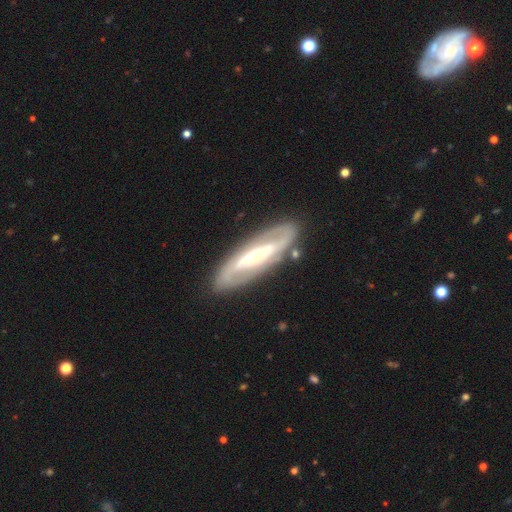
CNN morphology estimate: Smooth or featured?
  - featured or disk: 82% *
  - smooth: 13%
  - star or artifact: 5%
Edge-on disk?
  - no: 85% *
  - yes: 15%
Bar?
  - strong: 49% *
  - weak: 27%
  - no: 24%
Spiral arms?
  - yes: 84% *
  - no: 16%
Spiral winding?
  - medium: 41% *
  - tight: 34%
  - loose: 26%
Spiral arm count?
  - 2: 84% *
  - can't tell: 10%
  - 1: 2%
  - 3: 2%
  - 4: 1%
  - more than 4: 1%
Bulge size?
  - small: 53% *
  - moderate: 40%
  - large: 4%
  - none: 1%
  - dominant: 1%
Merging?
  - none: 83% *
  - minor disturbance: 11%
  - major disturbance: 4%
  - merger: 2%